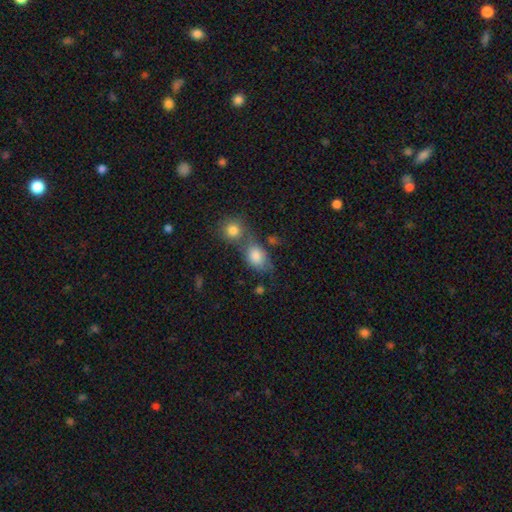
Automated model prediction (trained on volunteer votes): Smooth or featured: smooth — 80% (featured or disk — 11%)
How rounded: in between — 69% (round — 28%)
Merging: merger — 39% (none — 37%)